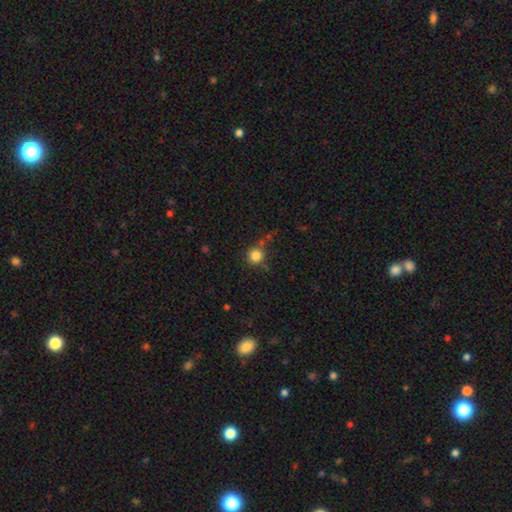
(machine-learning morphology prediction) type=smooth (84%); roundness=round (92%); merging=none (70%).